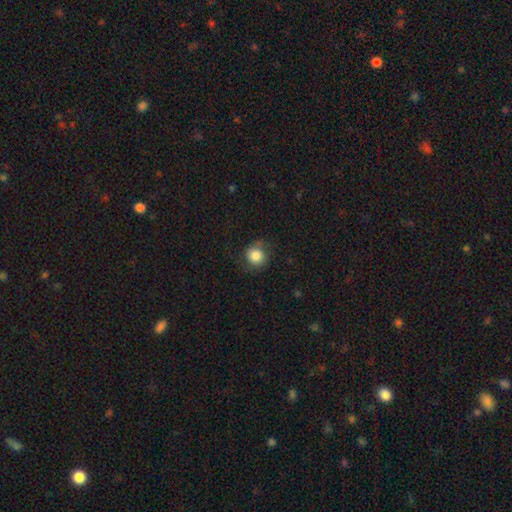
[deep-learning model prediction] Overall: smooth (82%). How rounded: round (88%). Merging: none (73%).